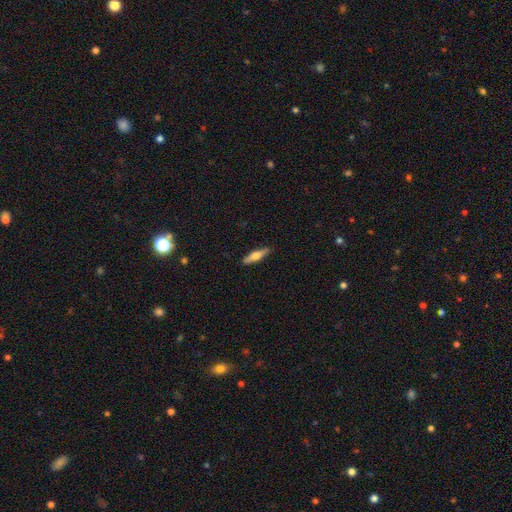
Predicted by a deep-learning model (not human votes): smooth_or_featured: featured or disk (p=0.47) [tied with: smooth p=0.47]
merging: none (p=0.89) [alt: minor disturbance p=0.08]